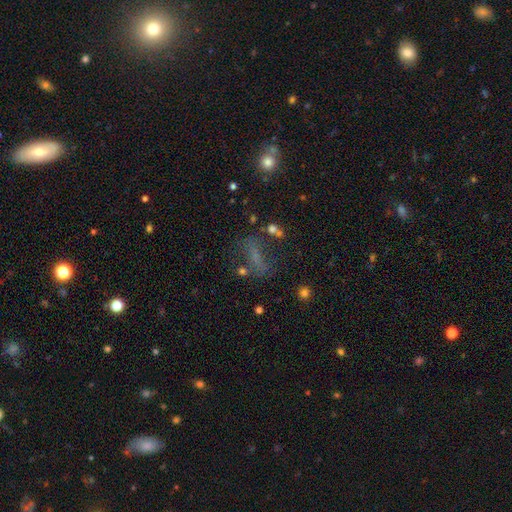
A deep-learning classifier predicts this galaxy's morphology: smooth 41%, featured or disk 30%, star or artifact 29%. Down the decision tree: merging — none (52%).